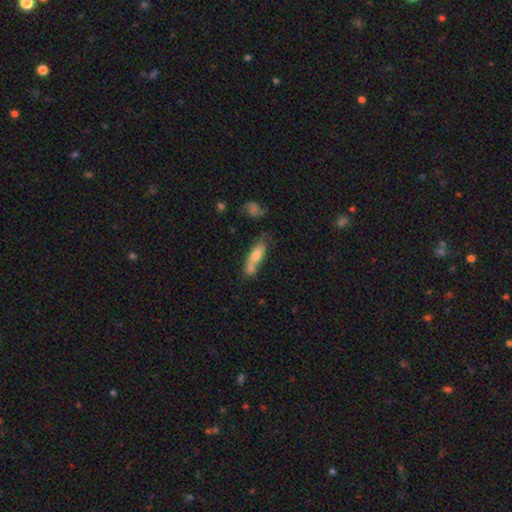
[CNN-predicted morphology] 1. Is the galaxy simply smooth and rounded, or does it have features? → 65% smooth, 27% featured or disk, 8% star or artifact.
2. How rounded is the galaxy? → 50% cigar-shaped, 47% in between, 3% round.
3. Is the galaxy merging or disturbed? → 44% none, 31% merger, 18% minor disturbance, 7% major disturbance.